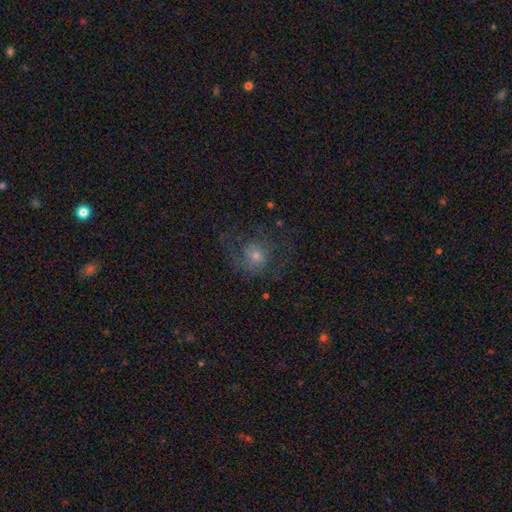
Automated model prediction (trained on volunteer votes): Q: Smooth or featured?
A: featured or disk (51%); runner-up: smooth (34%)
Q: Edge-on disk?
A: no (97%); runner-up: yes (3%)
Q: Merging?
A: none (60%); runner-up: major disturbance (22%)